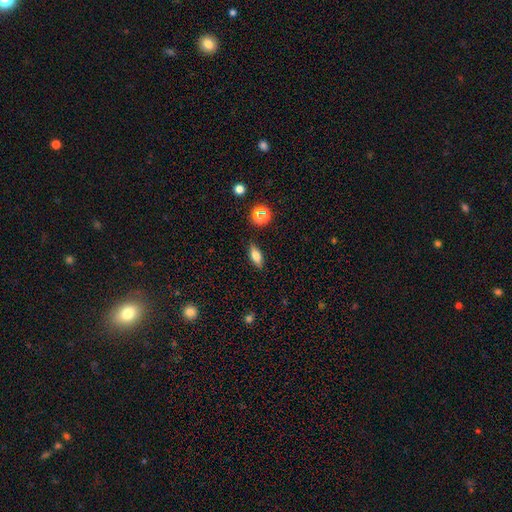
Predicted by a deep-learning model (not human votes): Smooth or featured?
  - smooth: 72% *
  - featured or disk: 17%
  - star or artifact: 11%
How rounded?
  - in between: 76% *
  - cigar-shaped: 19%
  - round: 6%
Merging?
  - none: 87% *
  - minor disturbance: 9%
  - major disturbance: 2%
  - merger: 2%